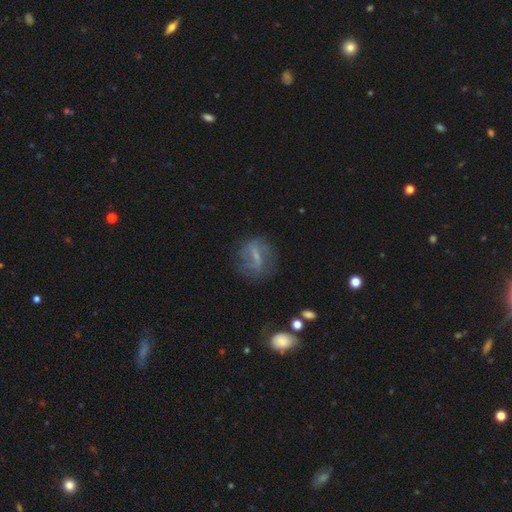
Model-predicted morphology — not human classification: smooth-or-featured: featured or disk: 61% | smooth: 28% | star or artifact: 11%
  disk-edge-on: no: 90% | yes: 10%
    bar: strong: 44% | weak: 39% | no: 17%
    has-spiral-arms: yes: 61% | no: 39%
    bulge-size: small: 46% | none: 32% | moderate: 18% | large: 2% | dominant: 1%
  merging: none: 65% | minor disturbance: 19% | major disturbance: 13% | merger: 3%